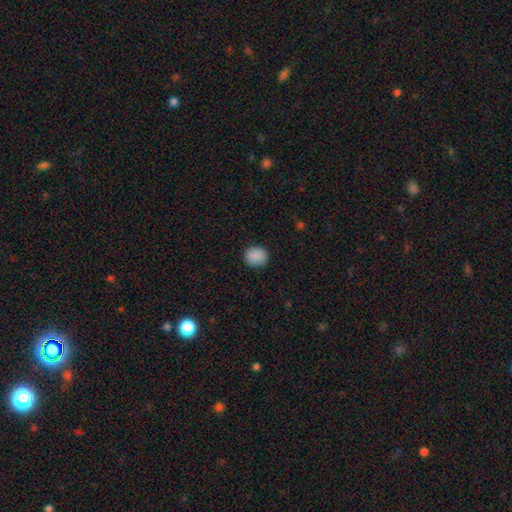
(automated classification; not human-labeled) Smooth or featured? Predicted: smooth (p=0.89). How rounded? Predicted: round (p=0.82). Merging? Predicted: none (p=0.90).